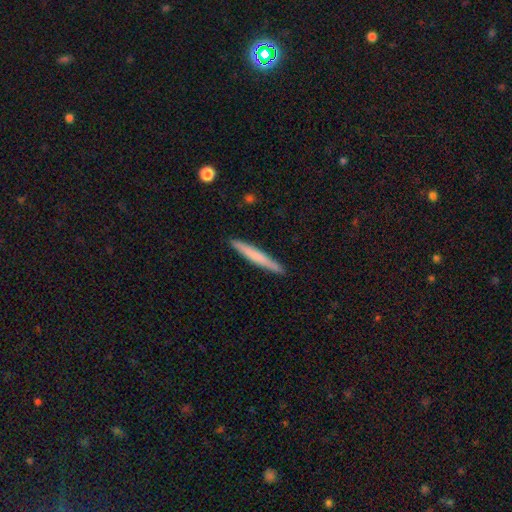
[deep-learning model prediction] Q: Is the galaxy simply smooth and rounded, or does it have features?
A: smooth — 66%.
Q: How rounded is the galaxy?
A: cigar-shaped — 96%.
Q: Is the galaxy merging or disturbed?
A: none — 91%.